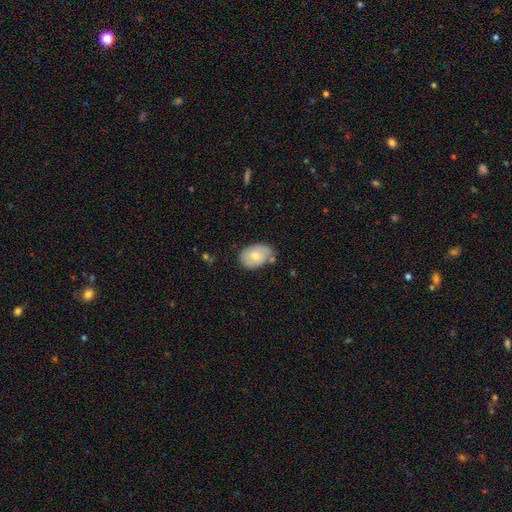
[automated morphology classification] This appears to be a smooth galaxy with no disk features (72%) that is in between round and cigar-shaped (86%). Merging: none (69%).